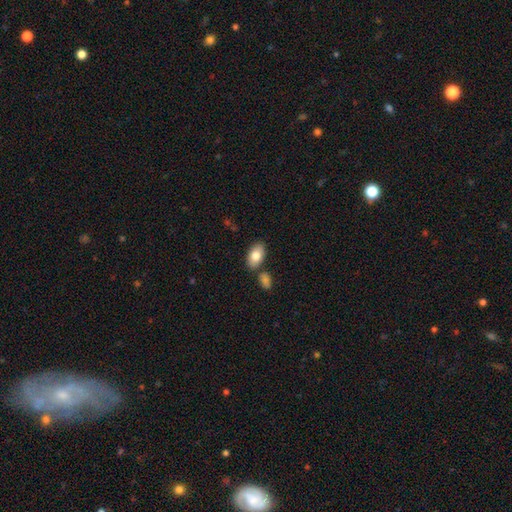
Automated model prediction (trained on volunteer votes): This is clearly a smooth galaxy (81%). How rounded: clearly in between (94%). Merging: likely none (77%).